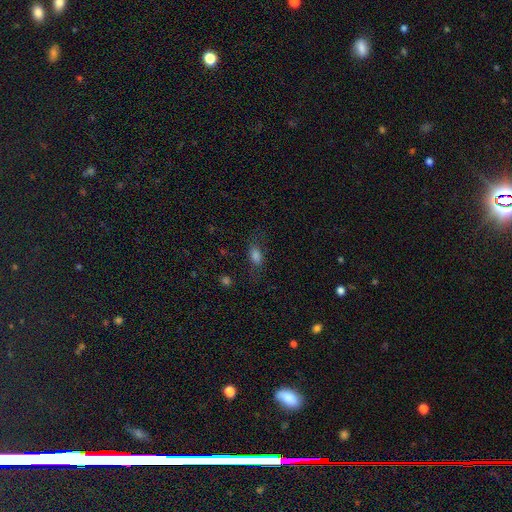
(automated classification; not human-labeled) smooth-or-featured: smooth: 74% | star or artifact: 14% | featured or disk: 13%
  how-rounded: in between: 82% | round: 10% | cigar-shaped: 8%
  merging: none: 67% | minor disturbance: 19% | major disturbance: 12% | merger: 2%